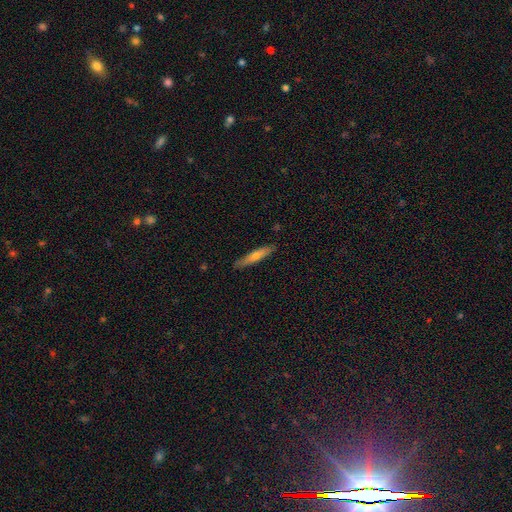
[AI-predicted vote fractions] A smooth galaxy with no disk features (56%) that is cigar-shaped (88%). Merging: none (86%).